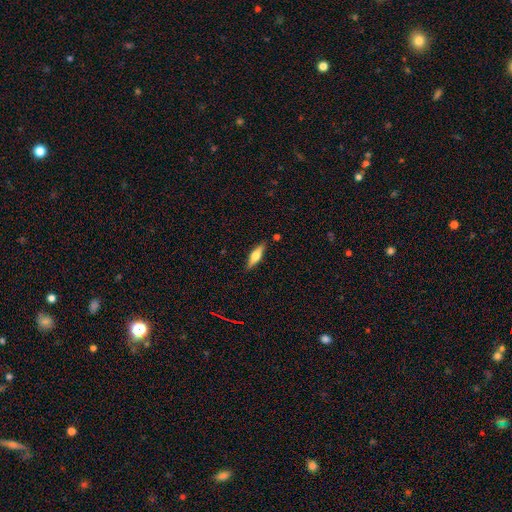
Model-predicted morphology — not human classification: smooth-or-featured: featured or disk: 47% (tied) | smooth: 47% (tied) | star or artifact: 6%
  merging: none: 87% | minor disturbance: 10% | major disturbance: 2% | merger: 2%